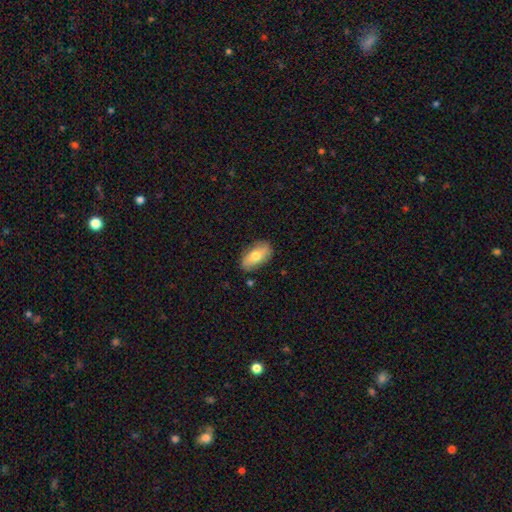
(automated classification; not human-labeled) This is likely a smooth galaxy (66%). How rounded: clearly in between (91%). Merging: clearly none (81%).